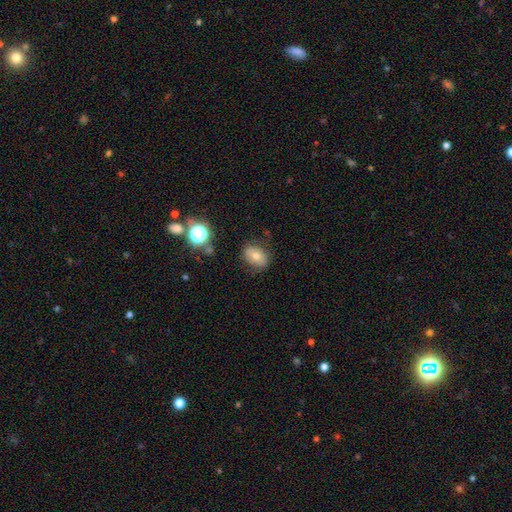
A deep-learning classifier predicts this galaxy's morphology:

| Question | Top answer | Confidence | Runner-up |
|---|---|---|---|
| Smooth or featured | smooth | 66% | featured or disk (21%) |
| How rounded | in between | 71% | round (28%) |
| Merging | none | 79% | minor disturbance (15%) |